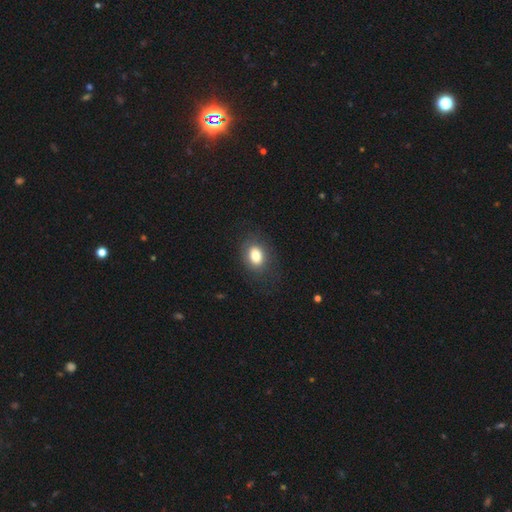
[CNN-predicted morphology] smooth_or_featured: smooth (p=0.81) [alt: featured or disk p=0.10]
how_rounded: in between (p=0.73) [alt: round p=0.26]
merging: none (p=0.80) [alt: minor disturbance p=0.13]